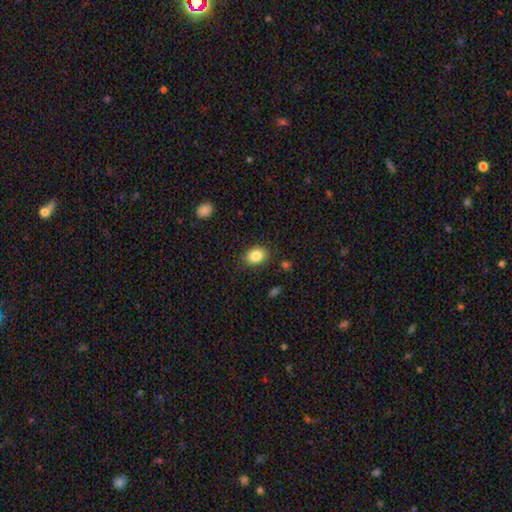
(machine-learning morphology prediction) The model was most divided on "how rounded": in between: 69%, round: 30%, cigar-shaped: 1%. More confident: smooth or featured — smooth (85%); merging — none (85%).